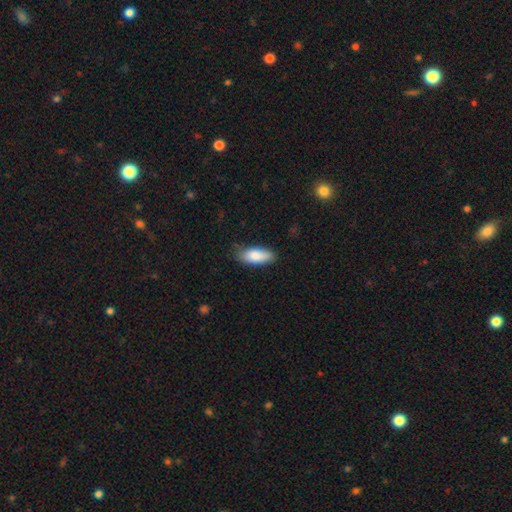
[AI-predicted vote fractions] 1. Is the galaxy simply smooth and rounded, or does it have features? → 85% smooth, 9% featured or disk, 6% star or artifact.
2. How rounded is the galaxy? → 80% in between, 18% cigar-shaped, 2% round.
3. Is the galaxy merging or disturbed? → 78% none, 18% minor disturbance, 3% major disturbance, 1% merger.